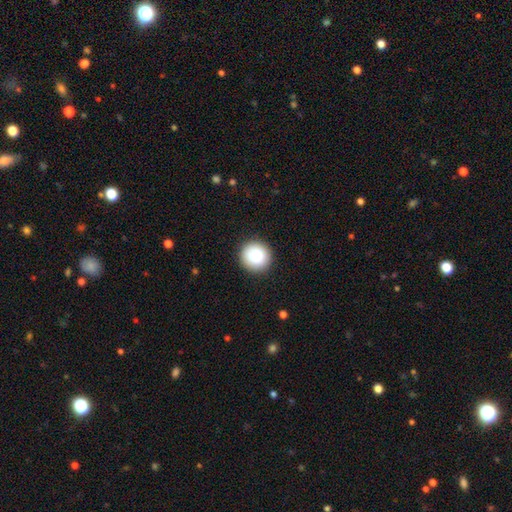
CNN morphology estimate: Smooth or featured? Predicted: smooth (p=0.86). How rounded? Predicted: round (p=0.94). Merging? Predicted: none (p=0.92).